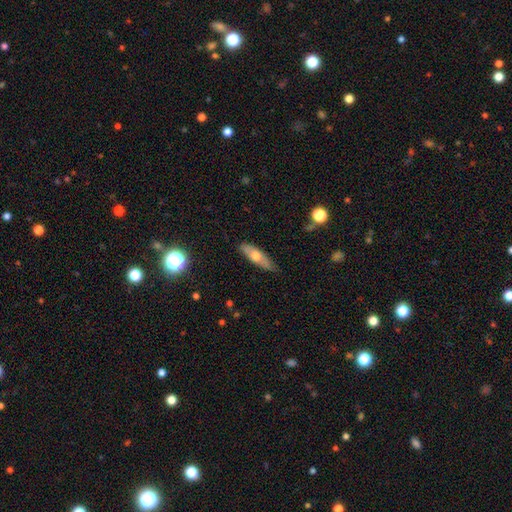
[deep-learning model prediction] This is possibly a smooth galaxy (54%). How rounded: possibly in between (50%). Merging: likely none (73%).